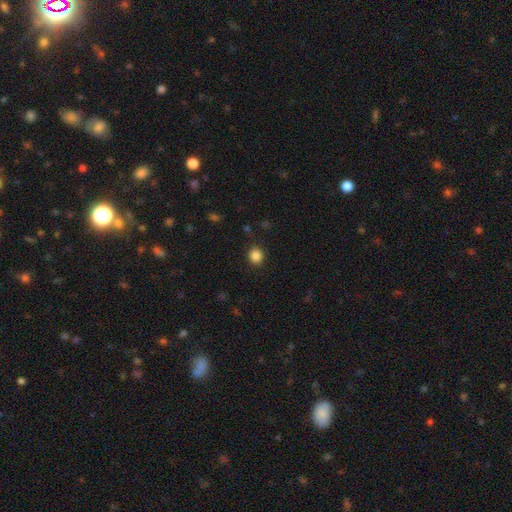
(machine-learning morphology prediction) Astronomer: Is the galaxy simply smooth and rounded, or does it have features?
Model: smooth — 85%.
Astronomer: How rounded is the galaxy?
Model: round — 87%.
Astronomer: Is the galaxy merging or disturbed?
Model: none — 88%.